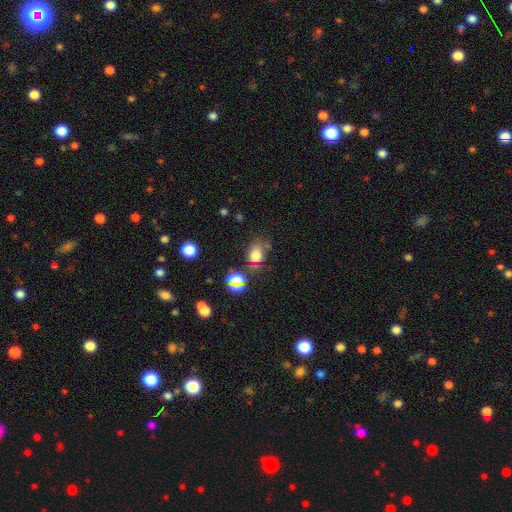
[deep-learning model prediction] Smooth or featured? Predicted: smooth (p=0.68). How rounded? Predicted: in between (p=0.62). Merging? Predicted: none (p=0.57).